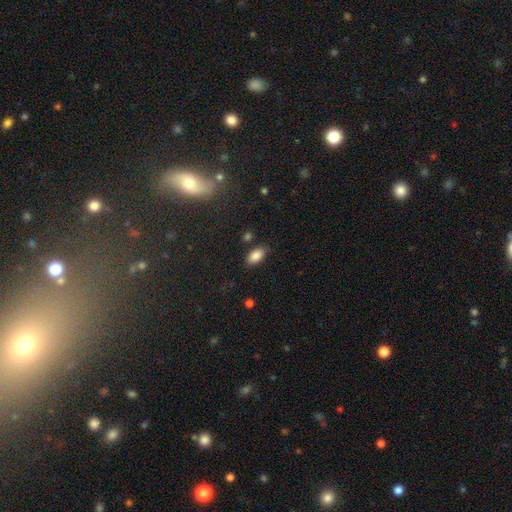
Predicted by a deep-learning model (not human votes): Smooth or featured? Predicted: smooth (p=0.86). How rounded? Predicted: in between (p=0.93). Merging? Predicted: none (p=0.83).